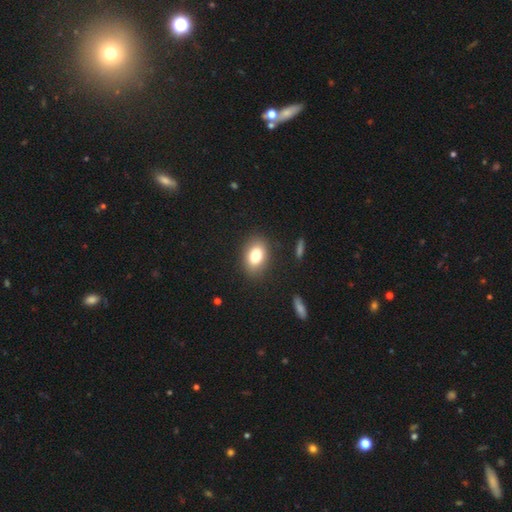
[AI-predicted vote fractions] Overall: smooth (80%). How rounded: in between (79%). Merging: none (85%).